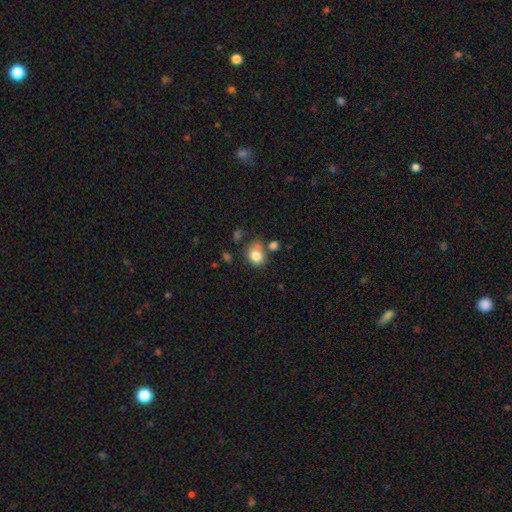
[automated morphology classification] Smooth or featured: smooth — 81% (featured or disk — 10%)
How rounded: in between — 51% (round — 49%)
Merging: none — 53% (minor disturbance — 22%)